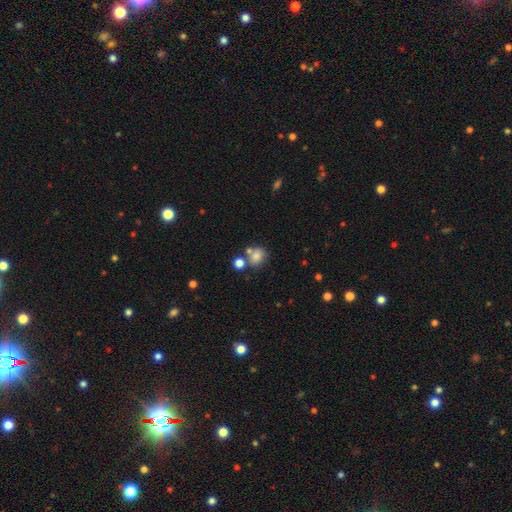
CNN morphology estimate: smooth_or_featured: smooth (p=0.78) [alt: star or artifact p=0.12]
how_rounded: round (p=0.71) [alt: in between p=0.28]
merging: none (p=0.57) [alt: merger p=0.25]